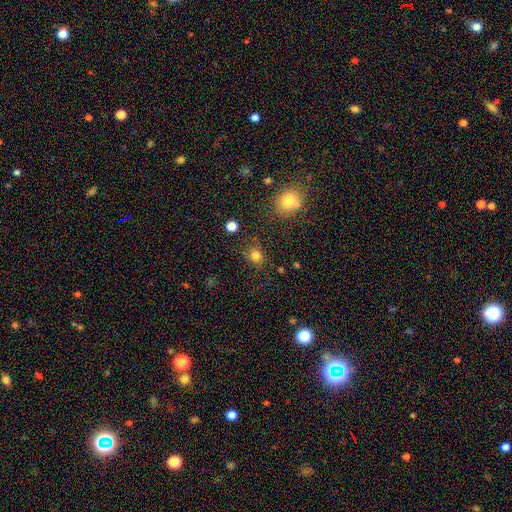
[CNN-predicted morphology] type=smooth (77%); roundness=round (72%); merging=none (74%).